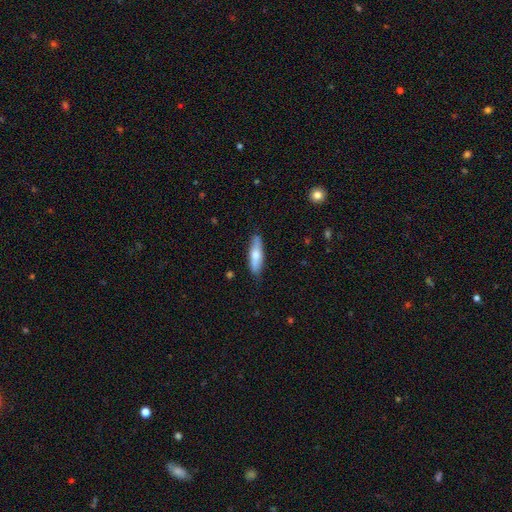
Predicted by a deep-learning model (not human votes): Q: Smooth or featured?
A: smooth (67%); runner-up: featured or disk (27%)
Q: How rounded?
A: cigar-shaped (60%); runner-up: in between (38%)
Q: Merging?
A: none (82%); runner-up: minor disturbance (14%)